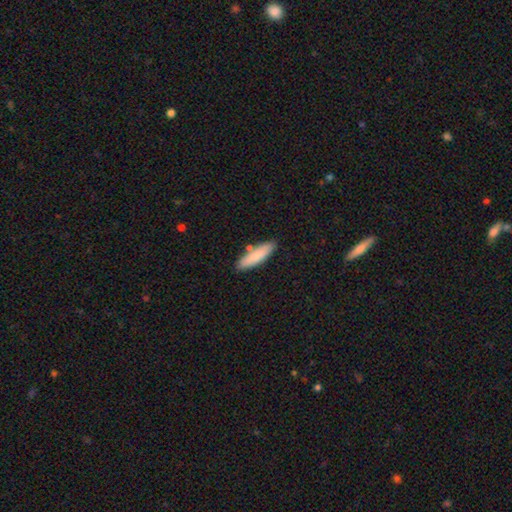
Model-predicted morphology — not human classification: type=smooth (83%); roundness=cigar-shaped (67%); merging=none (82%).